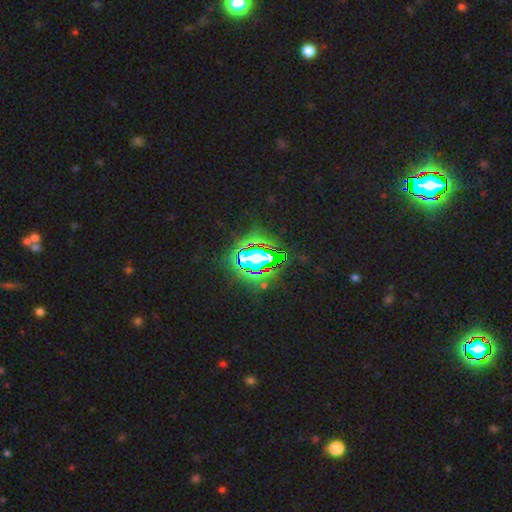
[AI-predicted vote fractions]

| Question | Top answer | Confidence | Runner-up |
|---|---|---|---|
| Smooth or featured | star or artifact | 79% | smooth (13%) |